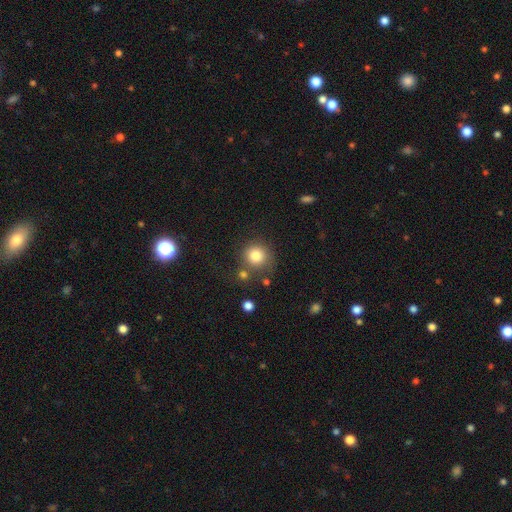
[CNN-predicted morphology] smooth 82%, star or artifact 11%, featured or disk 7%. Down the decision tree: how rounded — round (90%); merging — none (71%).